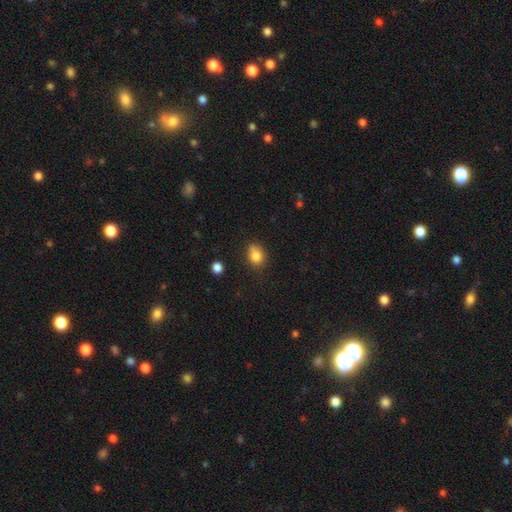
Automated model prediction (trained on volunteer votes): Smooth or featured? Predicted: smooth (p=0.83). How rounded? Predicted: in between (p=0.57). Merging? Predicted: none (p=0.67).